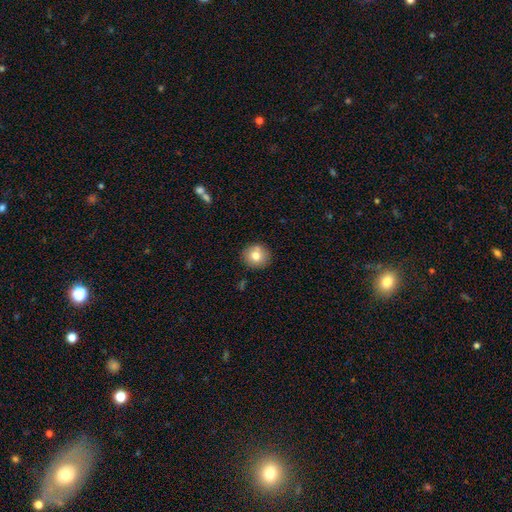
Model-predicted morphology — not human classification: Smooth or featured: smooth — 77% (featured or disk — 13%)
How rounded: round — 91% (in between — 8%)
Merging: none — 87% (minor disturbance — 9%)